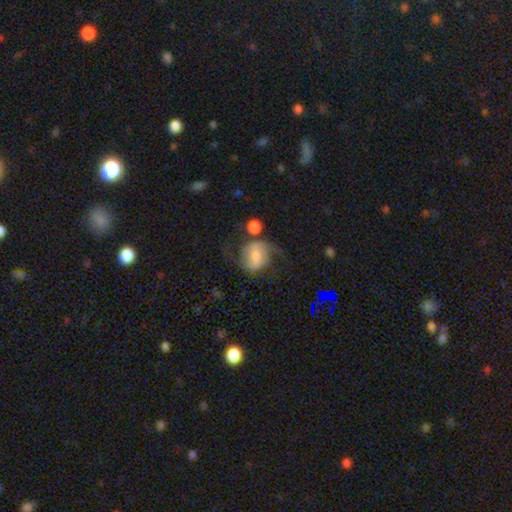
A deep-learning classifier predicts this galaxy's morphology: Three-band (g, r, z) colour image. It shows a featured or disk galaxy (59%) with a weak bar (45%), spiral arms (87%) and a moderate central bulge (46%). Merging: none (51%).